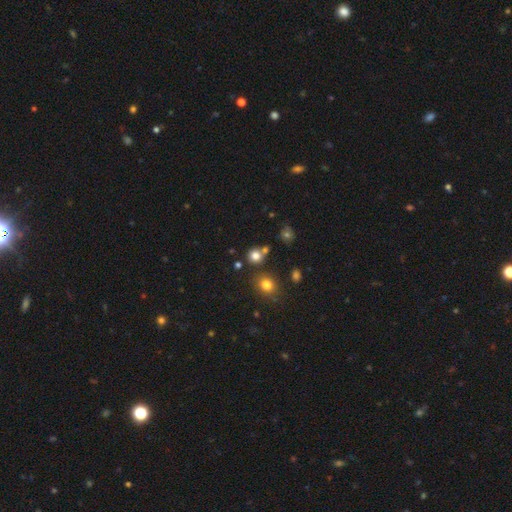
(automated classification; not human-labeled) Smooth or featured?
  - smooth: 79% *
  - star or artifact: 15%
  - featured or disk: 6%
How rounded?
  - round: 84% *
  - in between: 15%
  - cigar-shaped: 1%
Merging?
  - none: 71% *
  - merger: 16%
  - minor disturbance: 9%
  - major disturbance: 3%